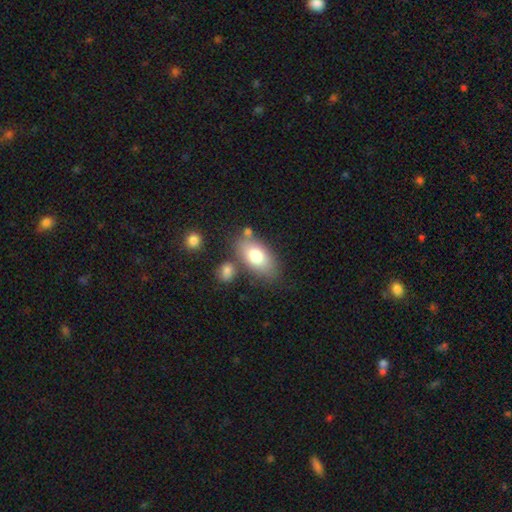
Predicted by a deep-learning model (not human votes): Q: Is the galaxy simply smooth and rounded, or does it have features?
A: smooth — 75%.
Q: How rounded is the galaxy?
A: in between — 90%.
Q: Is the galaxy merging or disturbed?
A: none — 69%.